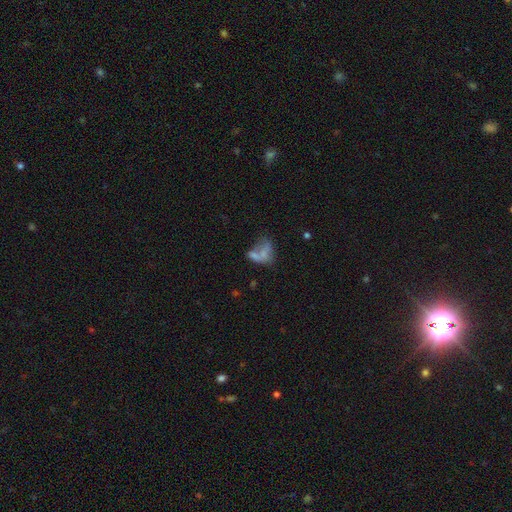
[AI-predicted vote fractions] Smooth or featured? Predicted: smooth (p=0.50). How rounded? Predicted: in between (p=0.76). Merging? Predicted: merger (p=0.38).